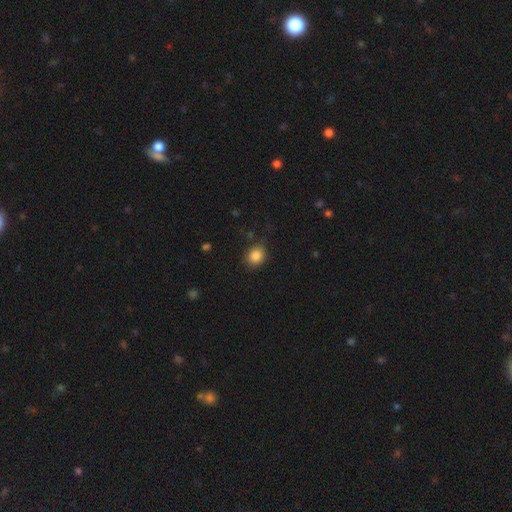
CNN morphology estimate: smooth 86%, star or artifact 10%, featured or disk 5%. Down the decision tree: how rounded — round (58%); merging — none (81%).